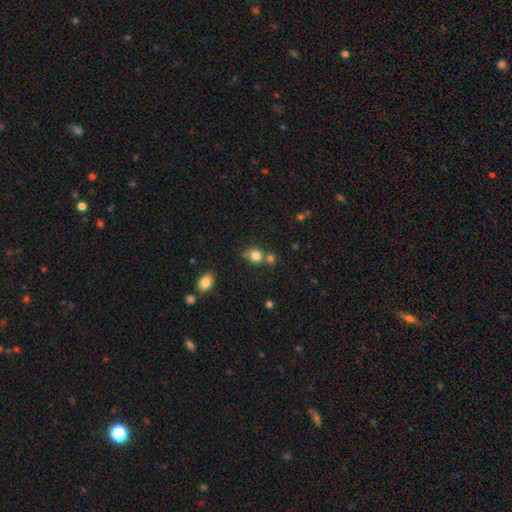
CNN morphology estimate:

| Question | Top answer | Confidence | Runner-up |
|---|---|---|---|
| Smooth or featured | smooth | 80% | star or artifact (13%) |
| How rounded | round | 83% | in between (16%) |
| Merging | none | 58% | merger (29%) |